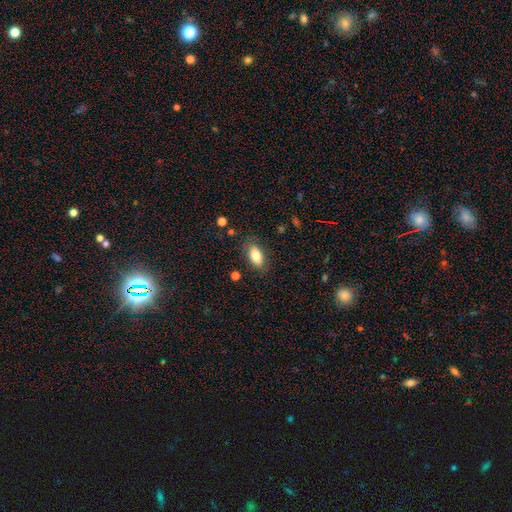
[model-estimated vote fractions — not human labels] Smooth or featured? Predicted: smooth (p=0.80). How rounded? Predicted: in between (p=0.90). Merging? Predicted: none (p=0.83).